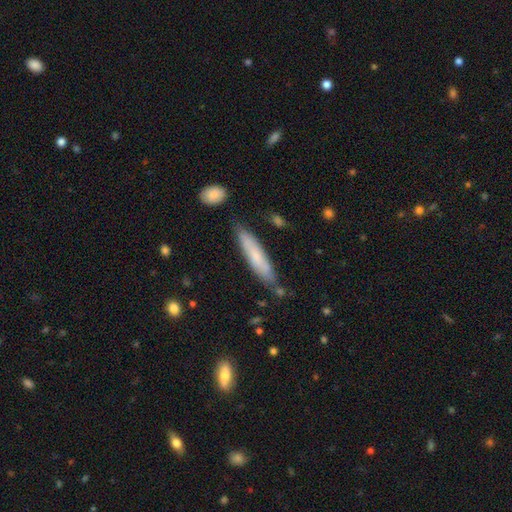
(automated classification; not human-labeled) This is likely a smooth galaxy (67%). How rounded: clearly cigar-shaped (85%). Merging: likely none (78%).